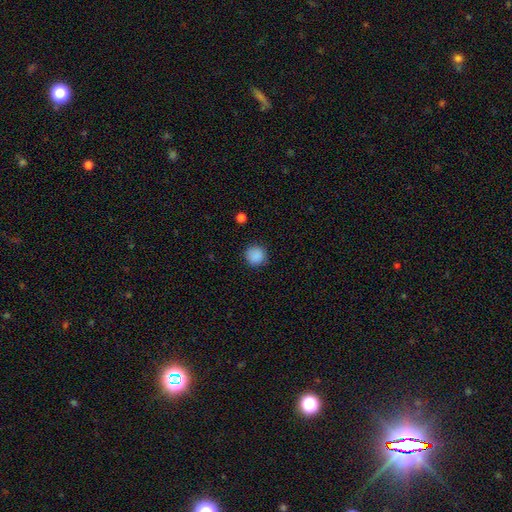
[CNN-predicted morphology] A smooth galaxy with no disk features (88%) that is round (94%). Merging: none (89%).